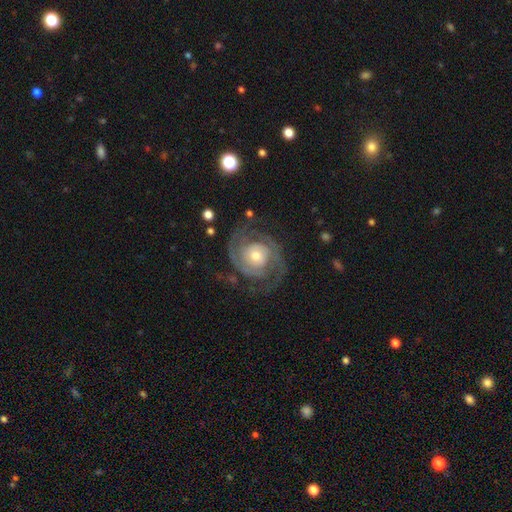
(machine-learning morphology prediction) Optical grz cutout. It shows a featured or disk galaxy (90%) with no bar (72%), 2 (80%) tight (54%) spiral arms (97%) and a moderate central bulge (56%). Merging: none (75%).